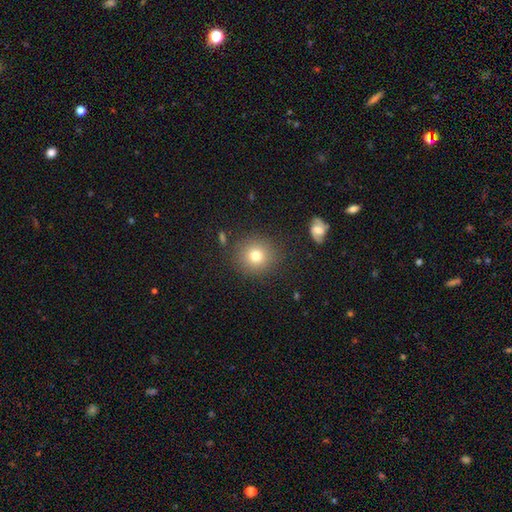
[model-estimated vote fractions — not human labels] Q: Smooth or featured?
A: smooth (77%); runner-up: star or artifact (13%)
Q: How rounded?
A: round (92%); runner-up: in between (7%)
Q: Merging?
A: none (87%); runner-up: minor disturbance (7%)